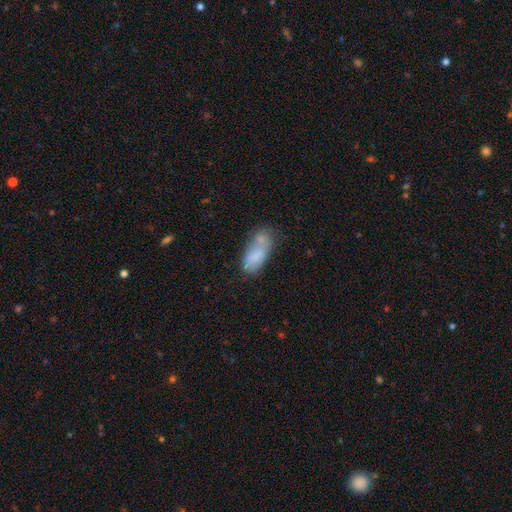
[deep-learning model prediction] smooth-or-featured: smooth: 74% | featured or disk: 18% | star or artifact: 8%
  how-rounded: in between: 85% | cigar-shaped: 12% | round: 4%
  merging: merger: 38% | none: 34% | minor disturbance: 20% | major disturbance: 9%